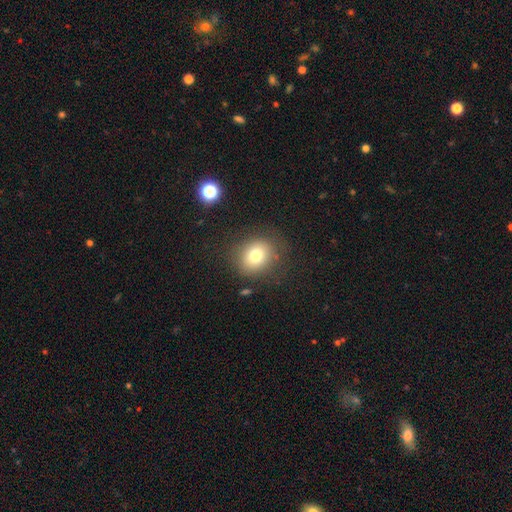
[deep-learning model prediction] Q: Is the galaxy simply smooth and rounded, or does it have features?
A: smooth — 76%.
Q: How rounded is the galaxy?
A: round — 67%.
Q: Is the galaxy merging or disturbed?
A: none — 80%.